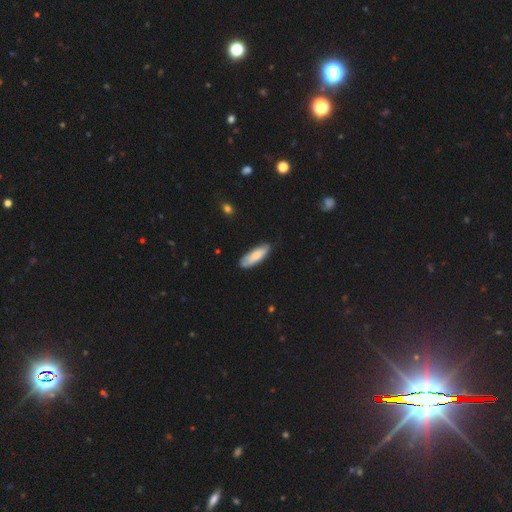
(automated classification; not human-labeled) smooth 76%, featured or disk 19%, star or artifact 5%. Down the decision tree: how rounded — in between (53%); merging — none (77%).